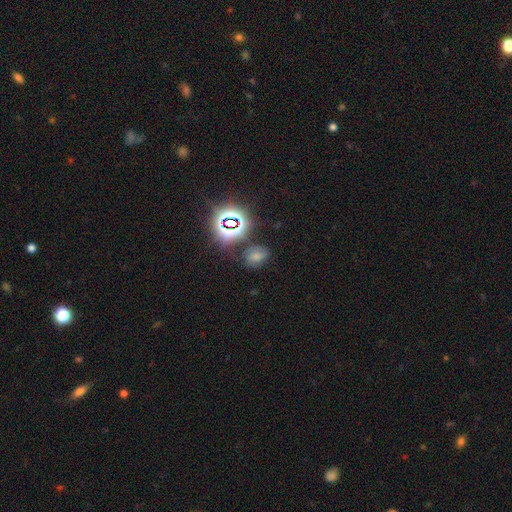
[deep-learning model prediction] Smooth or featured?
  - smooth: 51% *
  - star or artifact: 35%
  - featured or disk: 14%
How rounded?
  - in between: 66% *
  - round: 32%
  - cigar-shaped: 2%
Merging?
  - none: 66% *
  - minor disturbance: 20%
  - major disturbance: 8%
  - merger: 6%